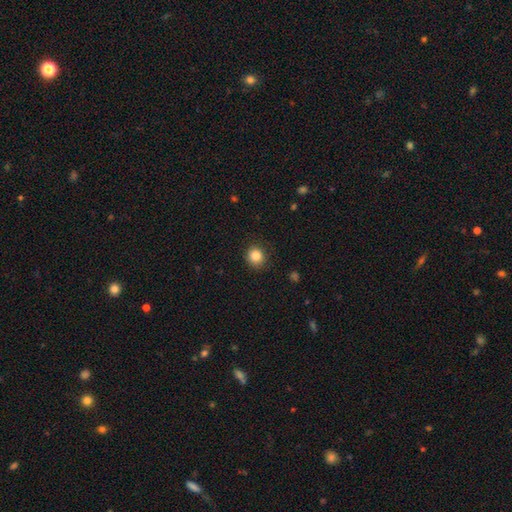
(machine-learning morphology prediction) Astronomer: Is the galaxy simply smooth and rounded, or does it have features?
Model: smooth — 86%.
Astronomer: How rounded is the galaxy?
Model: round — 85%.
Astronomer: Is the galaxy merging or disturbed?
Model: none — 86%.